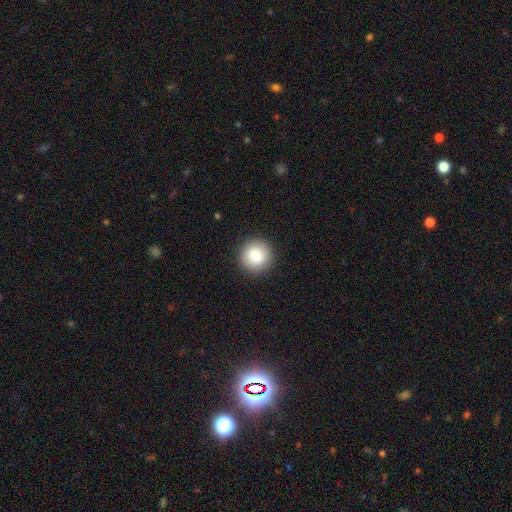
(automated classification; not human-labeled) Overall: smooth (82%). How rounded: round (95%). Merging: none (92%).